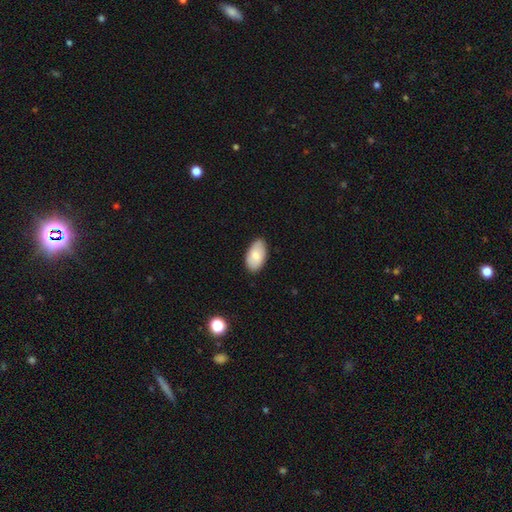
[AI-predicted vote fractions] A smooth galaxy with no disk features (80%) that is in between round and cigar-shaped (95%).

Vote fractions:
- Smooth or featured? smooth: 80% / featured or disk: 14% / star or artifact: 6%
- How rounded? in between: 95% / round: 3% / cigar-shaped: 2%
- Merging? none: 82% / minor disturbance: 14% / major disturbance: 2% / merger: 1%